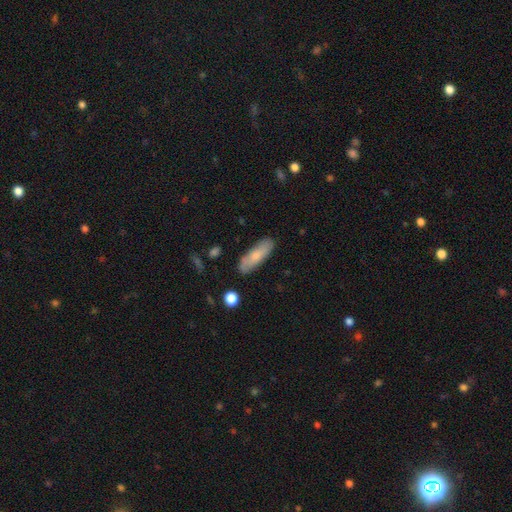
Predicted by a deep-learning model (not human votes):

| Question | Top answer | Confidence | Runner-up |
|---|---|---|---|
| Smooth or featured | smooth | 72% | featured or disk (21%) |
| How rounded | in between | 52% | cigar-shaped (46%) |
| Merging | none | 83% | minor disturbance (12%) |